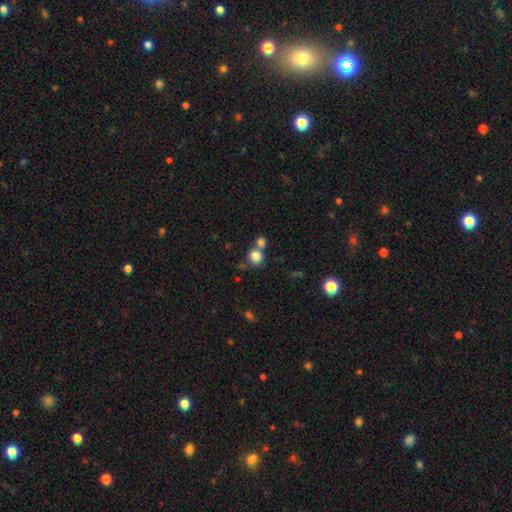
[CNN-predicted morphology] A smooth galaxy with no disk features (81%) that is round (85%). Merging: none (54%).